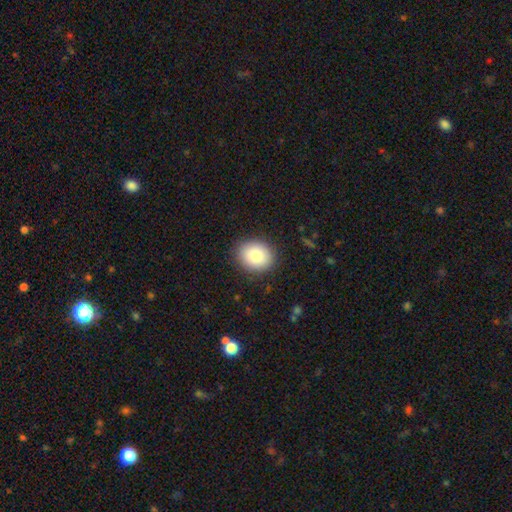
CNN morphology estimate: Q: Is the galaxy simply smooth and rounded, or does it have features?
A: smooth — 85%.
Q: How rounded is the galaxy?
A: round — 55%.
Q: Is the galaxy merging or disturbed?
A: none — 88%.